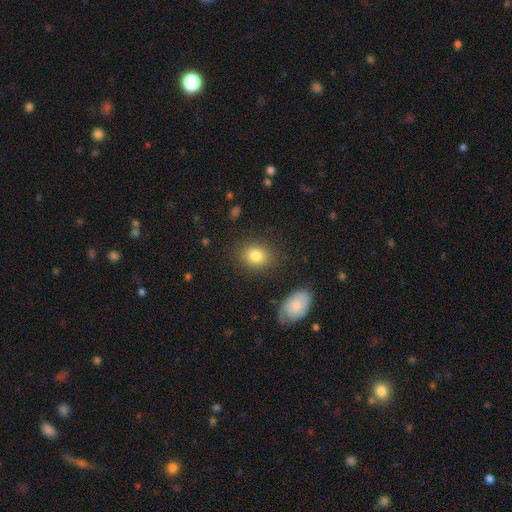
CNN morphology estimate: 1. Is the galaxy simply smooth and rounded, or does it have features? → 82% smooth, 9% star or artifact, 8% featured or disk.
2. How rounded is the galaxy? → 50% round, 48% in between, 1% cigar-shaped.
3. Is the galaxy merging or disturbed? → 83% none, 10% minor disturbance, 4% major disturbance, 3% merger.